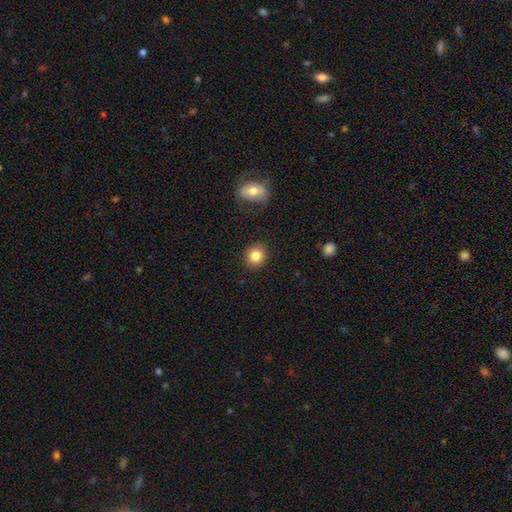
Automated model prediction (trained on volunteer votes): Smooth or featured: smooth — 83% (star or artifact — 10%)
How rounded: round — 81% (in between — 18%)
Merging: none — 88% (minor disturbance — 8%)